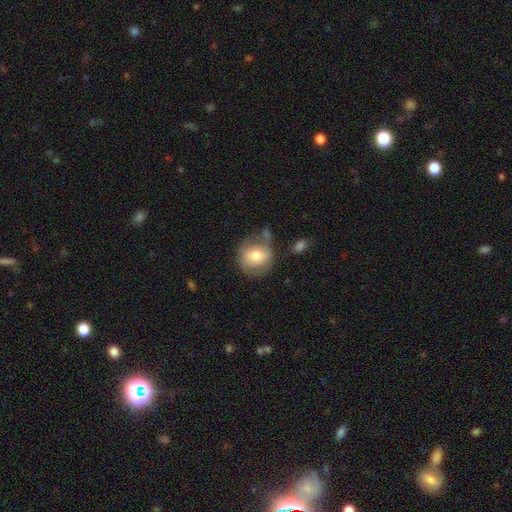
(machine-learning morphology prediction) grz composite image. It shows a smooth galaxy with no disk features (70%) that is round (83%). Merging: none (58%).